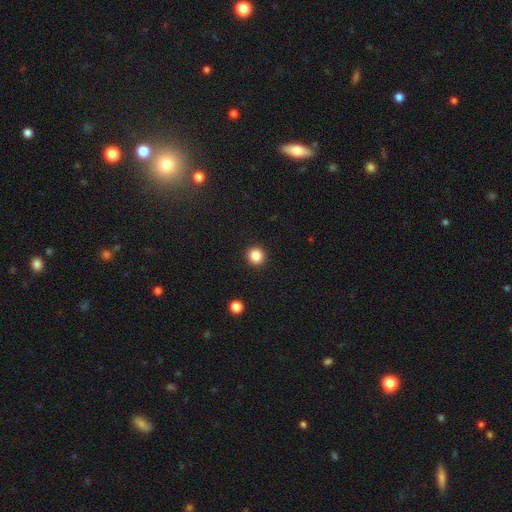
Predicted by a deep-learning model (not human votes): This appears to be a smooth galaxy with no disk features (85%) that is round (93%). Merging: none (93%).